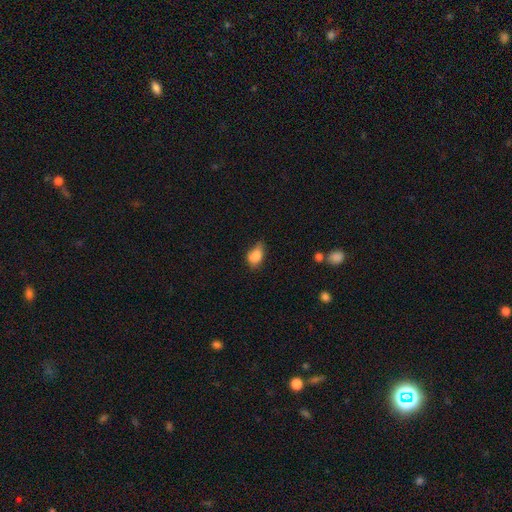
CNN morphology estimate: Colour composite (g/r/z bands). It shows a smooth galaxy with no disk features (84%) that is in between round and cigar-shaped (82%). Merging: none (49%).